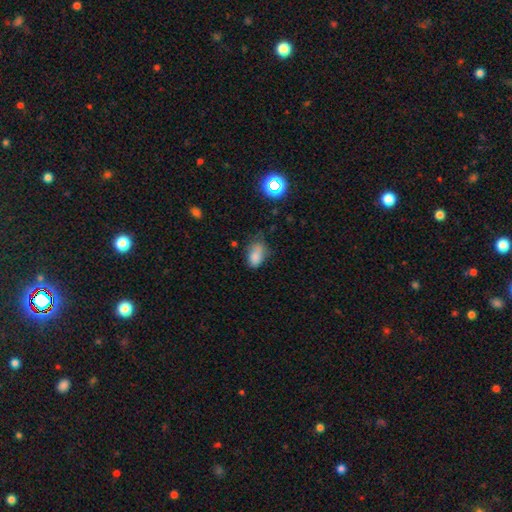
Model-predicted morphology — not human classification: smooth_or_featured: smooth (p=0.79) [alt: star or artifact p=0.12]
how_rounded: in between (p=0.88) [alt: round p=0.09]
merging: none (p=0.43) [alt: minor disturbance p=0.38]